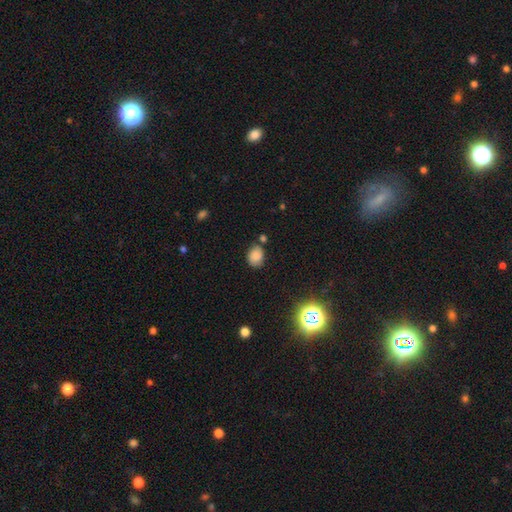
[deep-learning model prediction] Smooth or featured? Predicted: smooth (p=0.81). How rounded? Predicted: in between (p=0.63). Merging? Predicted: none (p=0.73).